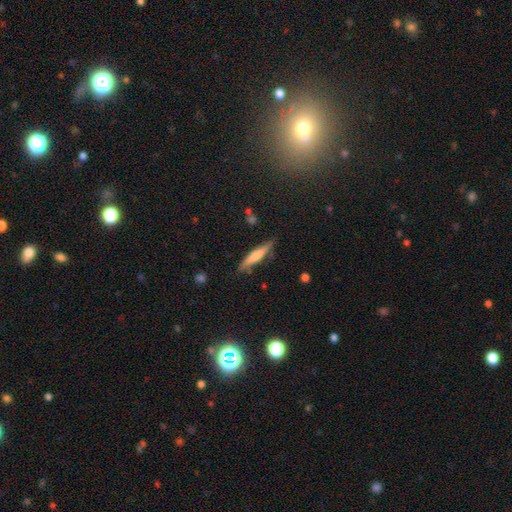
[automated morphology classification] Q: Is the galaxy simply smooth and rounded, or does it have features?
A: smooth — 53%.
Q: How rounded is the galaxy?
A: cigar-shaped — 88%.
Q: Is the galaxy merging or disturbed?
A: none — 83%.